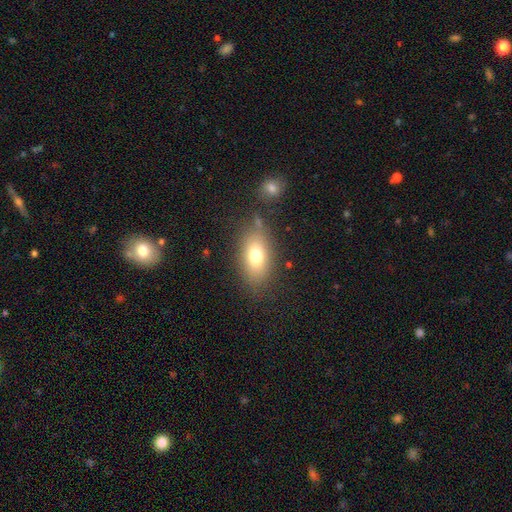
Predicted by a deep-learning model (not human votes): This appears to be a smooth galaxy with no disk features (75%) that is in between round and cigar-shaped (86%). Merging: none (74%).